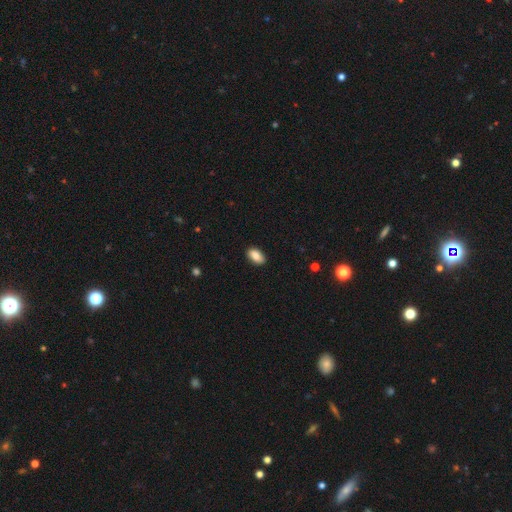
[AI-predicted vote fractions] smooth 84%, featured or disk 9%, star or artifact 7%. Down the decision tree: how rounded — in between (93%); merging — none (89%).